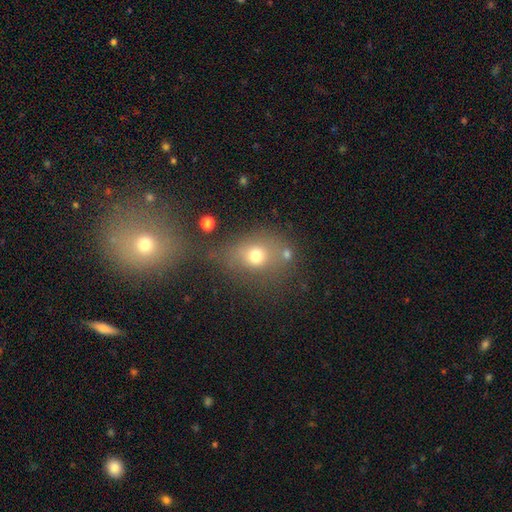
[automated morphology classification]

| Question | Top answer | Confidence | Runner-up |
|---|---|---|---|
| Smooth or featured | smooth | 69% | star or artifact (16%) |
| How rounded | round | 50% | in between (47%) |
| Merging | none | 51% | minor disturbance (20%) |